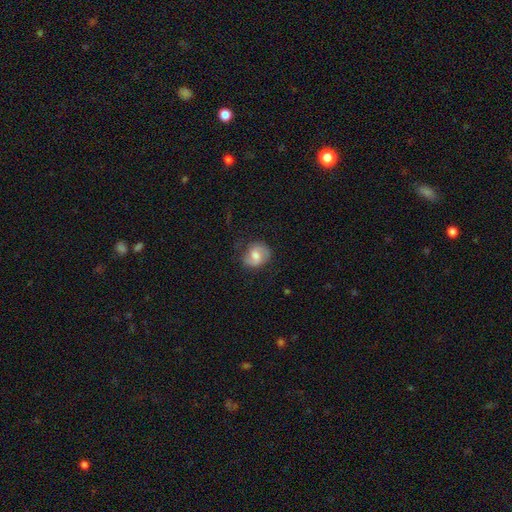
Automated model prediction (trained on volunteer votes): smooth-or-featured: featured or disk: 49% | smooth: 44% | star or artifact: 7%
  merging: none: 70% | minor disturbance: 20% | major disturbance: 9% | merger: 1%